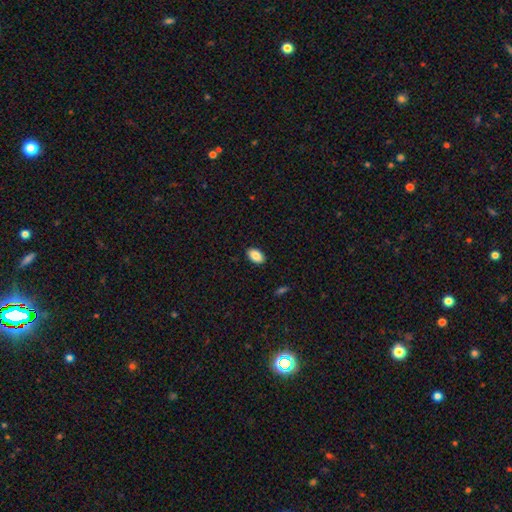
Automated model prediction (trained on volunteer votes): A smooth galaxy with no disk features (88%) that is in between round and cigar-shaped (92%). Merging: none (89%).